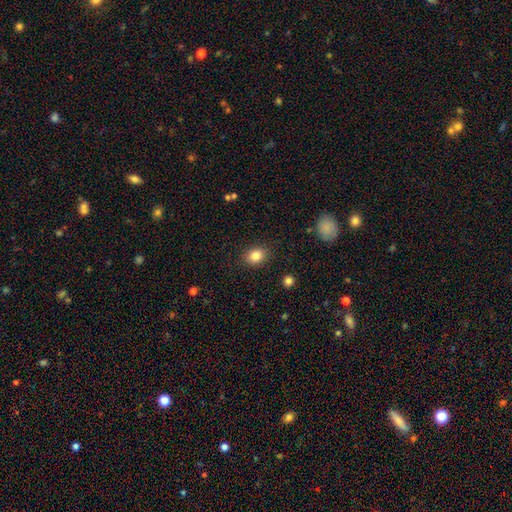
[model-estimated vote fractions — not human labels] Smooth or featured? Predicted: smooth (p=0.84). How rounded? Predicted: in between (p=0.55). Merging? Predicted: none (p=0.87).